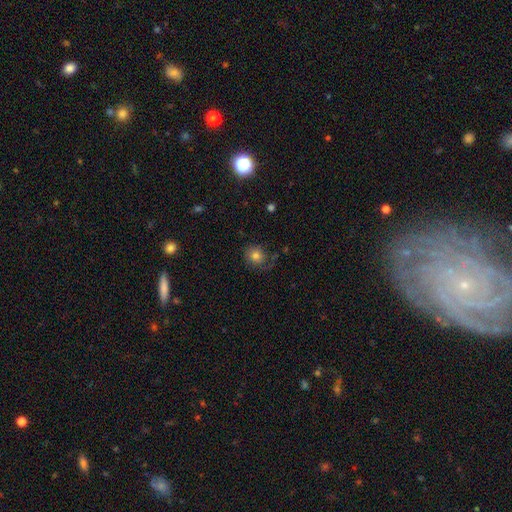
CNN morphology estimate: smooth-or-featured: smooth: 70% | featured or disk: 18% | star or artifact: 12%
  how-rounded: round: 83% | in between: 16% | cigar-shaped: 1%
  merging: none: 60% | minor disturbance: 21% | major disturbance: 16% | merger: 2%